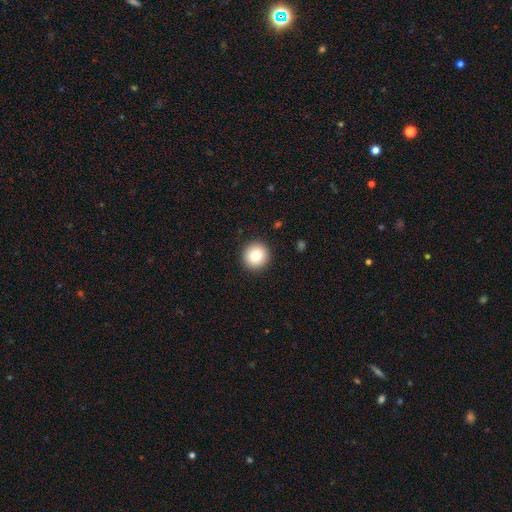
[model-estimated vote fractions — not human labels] A smooth galaxy with no disk features (81%) that is round (94%).

Vote fractions:
- Smooth or featured? smooth: 81% / star or artifact: 10% / featured or disk: 9%
- How rounded? round: 94% / in between: 5% / cigar-shaped: 1%
- Merging? none: 92% / minor disturbance: 5% / major disturbance: 2% / merger: 1%